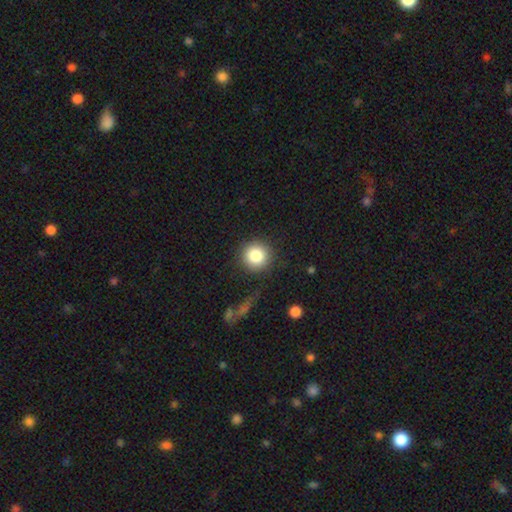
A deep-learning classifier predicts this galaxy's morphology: Smooth or featured?
  - smooth: 84% *
  - star or artifact: 10%
  - featured or disk: 6%
How rounded?
  - round: 94% *
  - in between: 5%
  - cigar-shaped: 1%
Merging?
  - none: 86% *
  - minor disturbance: 8%
  - major disturbance: 4%
  - merger: 2%